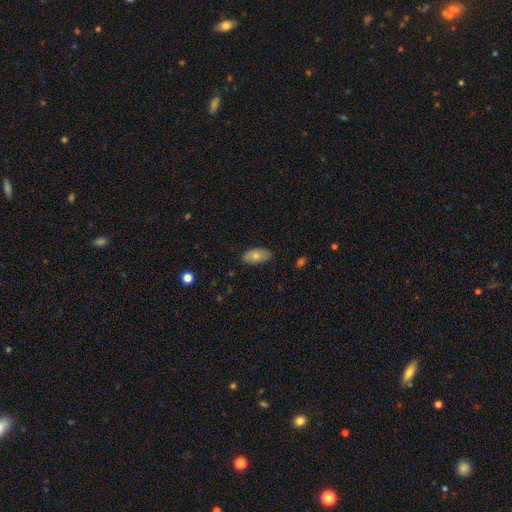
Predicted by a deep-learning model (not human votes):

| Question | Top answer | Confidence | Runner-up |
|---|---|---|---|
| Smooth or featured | smooth | 65% | featured or disk (28%) |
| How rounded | in between | 91% | round (5%) |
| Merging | none | 80% | minor disturbance (16%) |